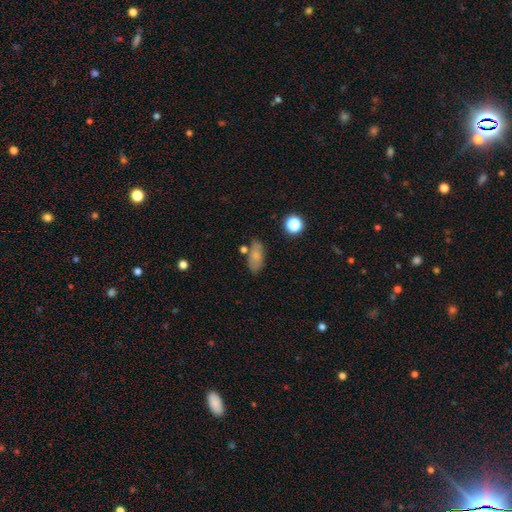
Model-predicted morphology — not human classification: Smooth or featured? Predicted: smooth (p=0.75). How rounded? Predicted: in between (p=0.87). Merging? Predicted: none (p=0.64).